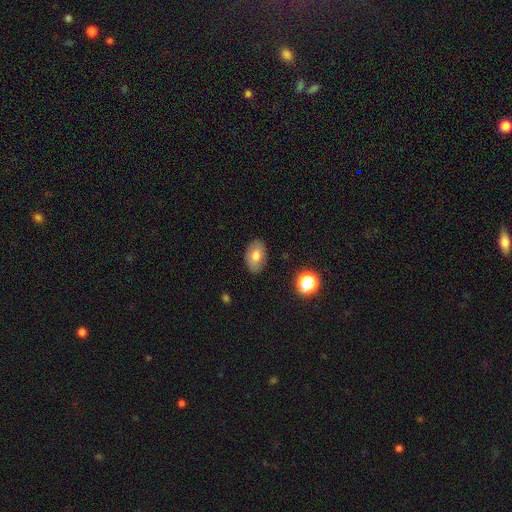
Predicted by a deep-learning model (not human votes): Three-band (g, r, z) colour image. It shows a smooth galaxy with no disk features (74%) that is in between round and cigar-shaped (89%). Merging: none (86%).